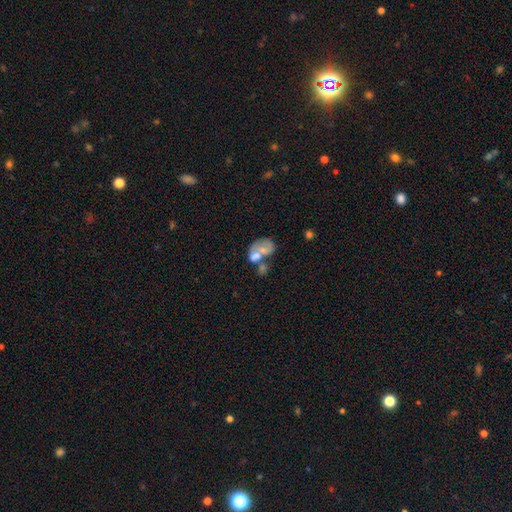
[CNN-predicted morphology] This is possibly a smooth galaxy (55%). How rounded: likely in between (77%). Merging: possibly merger (59%).